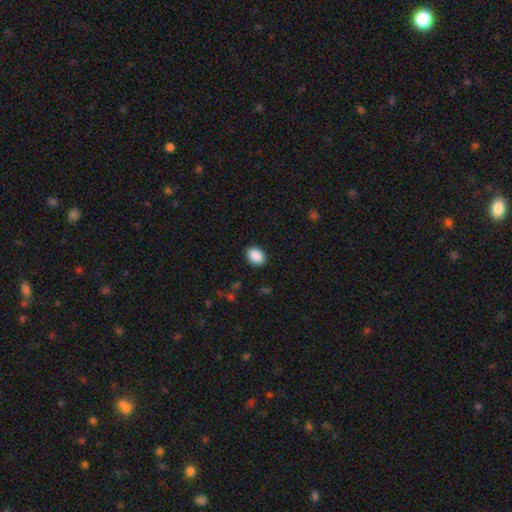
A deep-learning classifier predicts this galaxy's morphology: Smooth or featured? Predicted: smooth (p=0.89). How rounded? Predicted: in between (p=0.68). Merging? Predicted: none (p=0.90).